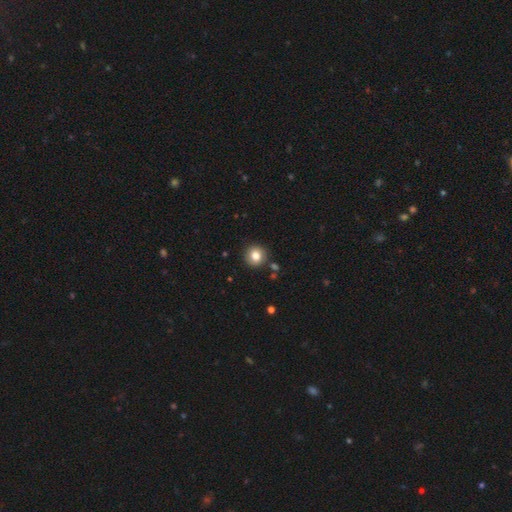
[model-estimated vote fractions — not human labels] Smooth or featured?
  - smooth: 81% *
  - star or artifact: 10%
  - featured or disk: 8%
How rounded?
  - round: 92% *
  - in between: 7%
  - cigar-shaped: 1%
Merging?
  - none: 88% *
  - minor disturbance: 7%
  - merger: 3%
  - major disturbance: 2%